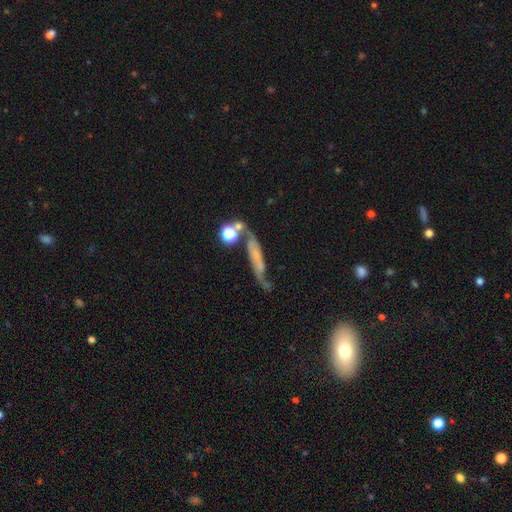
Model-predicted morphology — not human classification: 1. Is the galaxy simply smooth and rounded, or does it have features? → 65% featured or disk, 23% smooth, 12% star or artifact.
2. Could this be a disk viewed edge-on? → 53% no, 47% yes.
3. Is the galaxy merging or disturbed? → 56% none, 20% minor disturbance, 12% merger, 11% major disturbance.